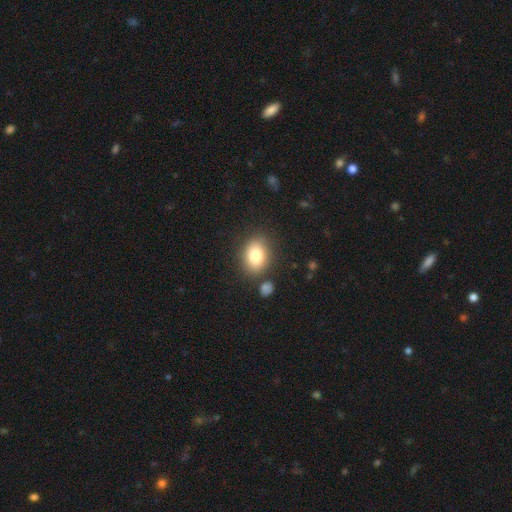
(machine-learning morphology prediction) Smooth or featured? smooth (82%)
How rounded? in between (69%)
Merging? none (80%)